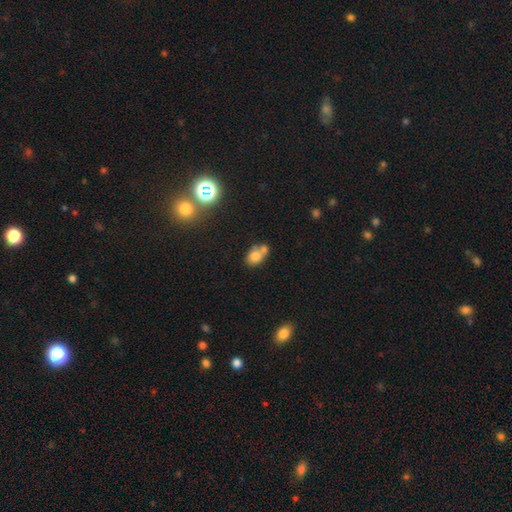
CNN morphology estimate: smooth 72%, featured or disk 15%, star or artifact 13%. Down the decision tree: how rounded — in between (63%); merging — merger (46%).